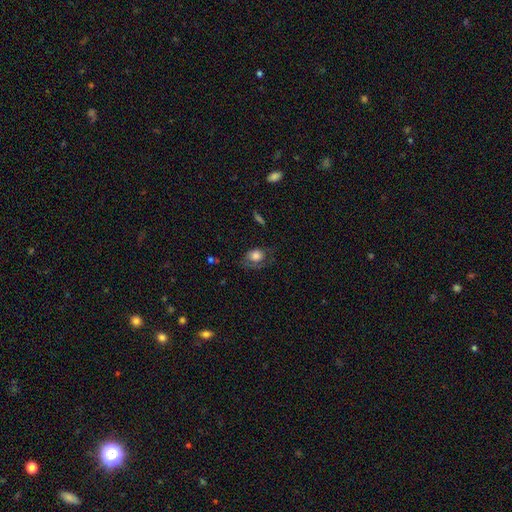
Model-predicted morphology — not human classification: This is likely a smooth galaxy (65%). How rounded: possibly in between (55%). Merging: possibly none (48%).